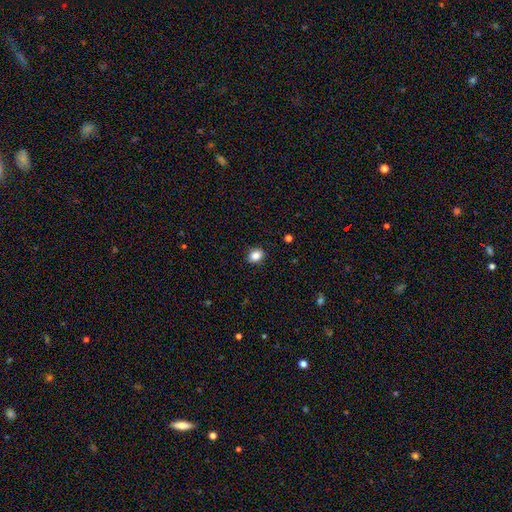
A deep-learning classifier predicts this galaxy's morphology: smooth-or-featured: smooth: 86% | star or artifact: 10% | featured or disk: 4%
  how-rounded: round: 51% | in between: 48% | cigar-shaped: 1%
  merging: none: 89% | minor disturbance: 8% | major disturbance: 2% | merger: 1%